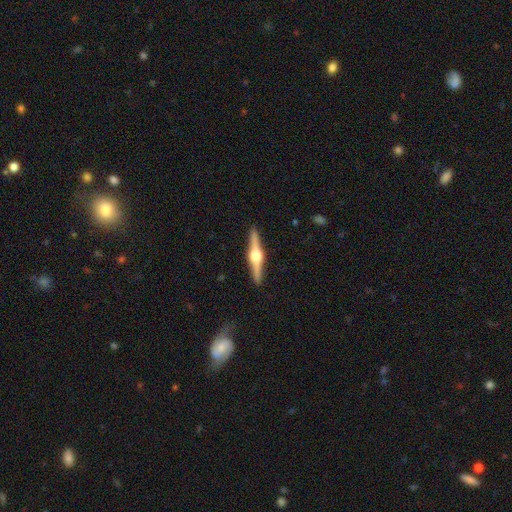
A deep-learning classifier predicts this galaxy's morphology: smooth_or_featured: featured or disk (p=0.83) [alt: smooth p=0.12]
disk_edge_on: yes (p=0.98) [alt: no p=0.02]
edge_on_bulge: rounded (p=0.94) [alt: boxy p=0.04]
merging: none (p=0.92) [alt: minor disturbance p=0.05]